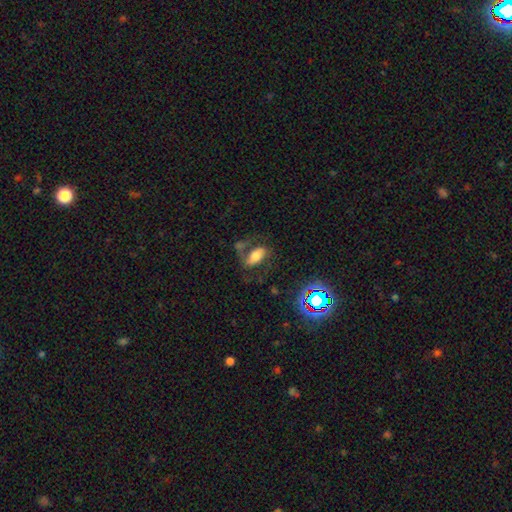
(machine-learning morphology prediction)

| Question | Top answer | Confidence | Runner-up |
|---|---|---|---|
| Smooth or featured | smooth | 44% | featured or disk (41%) |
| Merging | none | 47% | major disturbance (21%) |